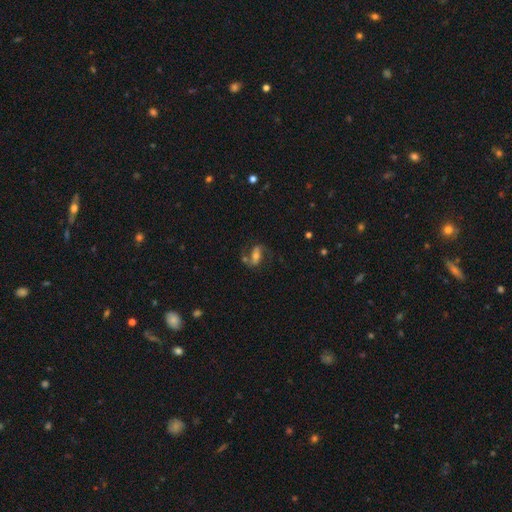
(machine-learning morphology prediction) featured or disk 63%, smooth 27%, star or artifact 10%. Down the decision tree: edge-on disk — no (93%); bar — strong (38%); spiral arms — yes (86%); spiral arm count — 2 (86%); spiral winding — loose (46%); bulge size — moderate (51%); merging — none (55%).